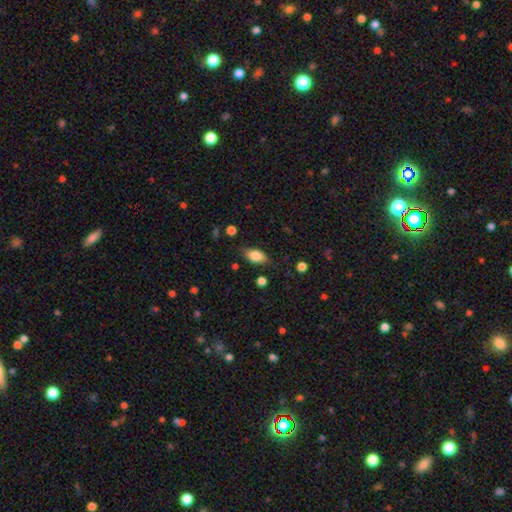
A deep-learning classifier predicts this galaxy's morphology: Q: Smooth or featured?
A: smooth (82%); runner-up: featured or disk (11%)
Q: How rounded?
A: in between (89%); runner-up: round (6%)
Q: Merging?
A: none (78%); runner-up: minor disturbance (16%)